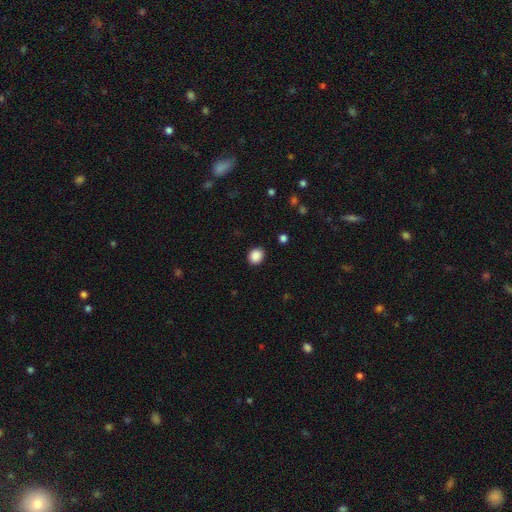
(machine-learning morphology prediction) A smooth galaxy with no disk features (88%) that is round (68%).

Vote fractions:
- Smooth or featured? smooth: 88% / star or artifact: 9% / featured or disk: 3%
- How rounded? round: 68% / in between: 32% / cigar-shaped: 1%
- Merging? none: 89% / minor disturbance: 7% / major disturbance: 2% / merger: 1%